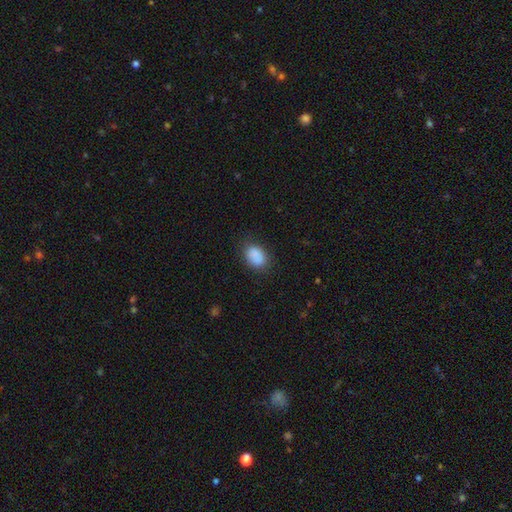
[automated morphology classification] Smooth or featured?
  - smooth: 83% *
  - star or artifact: 9%
  - featured or disk: 8%
How rounded?
  - in between: 71% *
  - round: 28%
  - cigar-shaped: 1%
Merging?
  - none: 76% *
  - minor disturbance: 16%
  - major disturbance: 4%
  - merger: 4%